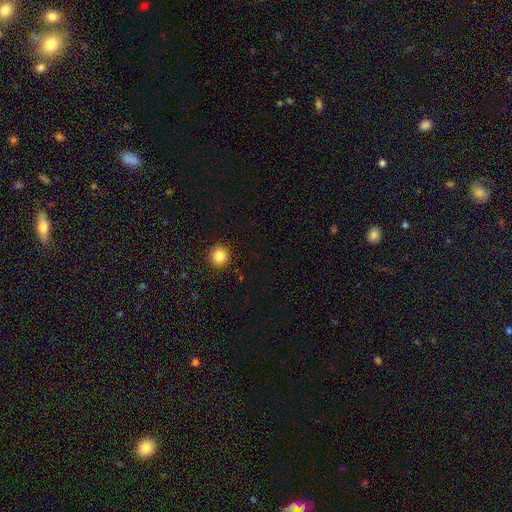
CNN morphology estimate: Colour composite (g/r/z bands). It shows a smooth galaxy with no disk features (76%) that is round (91%). Merging: none (89%).